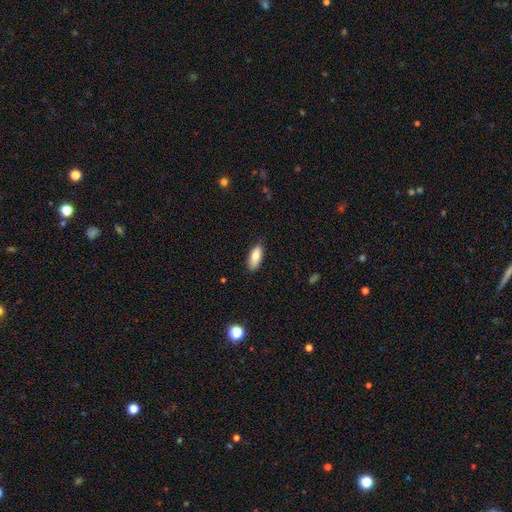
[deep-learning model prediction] The model was most divided on "how rounded": in between: 79%, cigar-shaped: 18%, round: 2%. More confident: merging — none (85%); smooth or featured — smooth (80%).